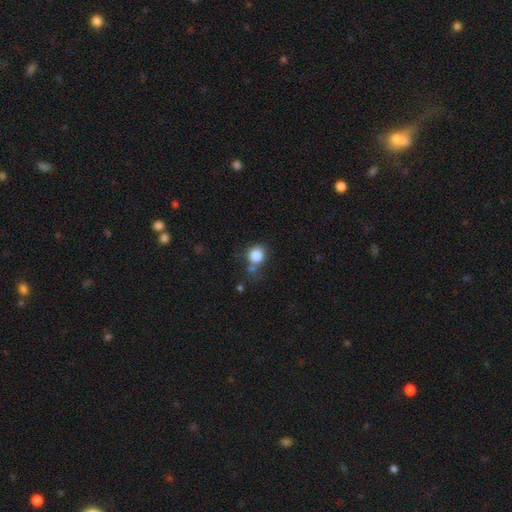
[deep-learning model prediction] Overall: smooth (83%). How rounded: round (78%). Merging: none (53%; minor disturbance 21%).